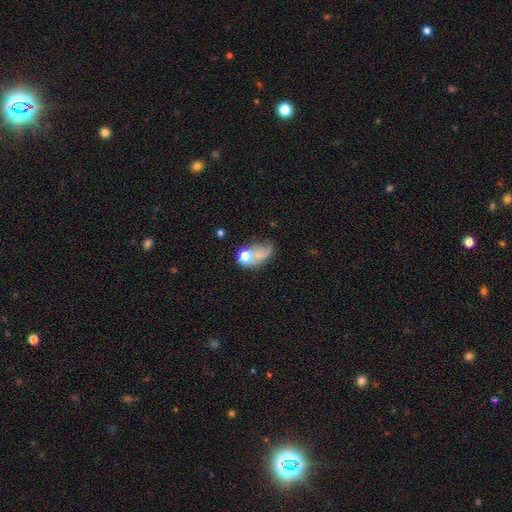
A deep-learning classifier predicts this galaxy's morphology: Q: Smooth or featured?
A: smooth (55%); runner-up: featured or disk (29%)
Q: How rounded?
A: in between (68%); runner-up: round (29%)
Q: Merging?
A: major disturbance (34%); runner-up: merger (26%)